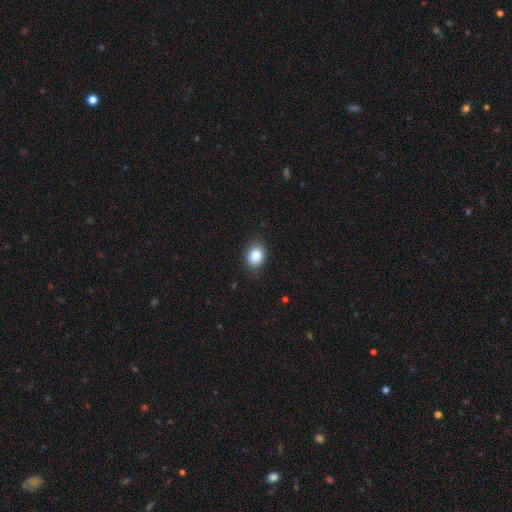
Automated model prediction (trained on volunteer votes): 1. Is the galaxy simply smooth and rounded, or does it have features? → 87% smooth, 8% star or artifact, 5% featured or disk.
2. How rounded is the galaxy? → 58% in between, 41% round, 1% cigar-shaped.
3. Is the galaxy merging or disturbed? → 81% none, 15% minor disturbance, 4% major disturbance, 1% merger.